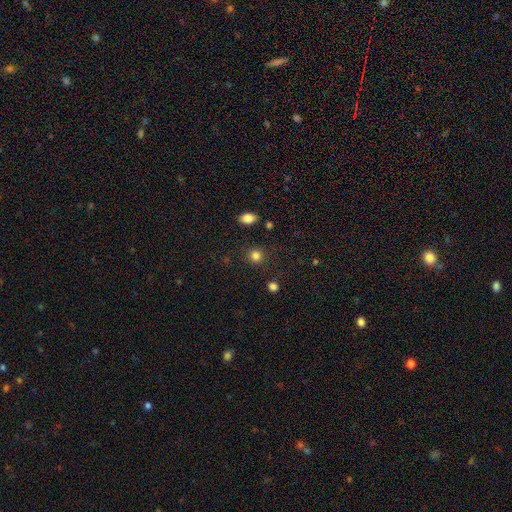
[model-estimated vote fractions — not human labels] smooth 83%, star or artifact 12%, featured or disk 4%. Down the decision tree: how rounded — round (86%); merging — none (86%).